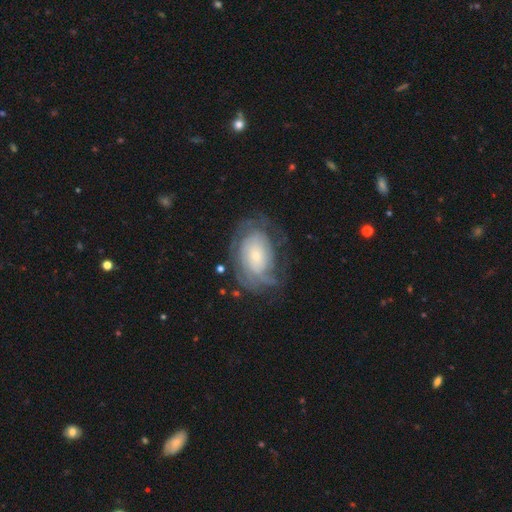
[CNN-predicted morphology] type=featured or disk (71%); edge-on=no (96%); bar=no (76%); spiral arms=yes (82%); winding=tight (63%); arm count=can't tell (56%); bulge=small (61%); merging=none (63%).